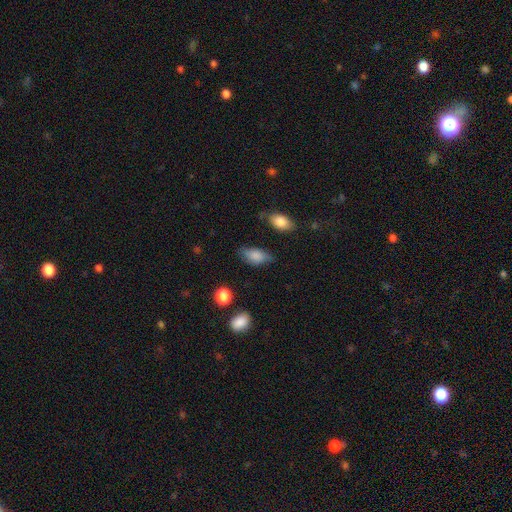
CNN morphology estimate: Smooth or featured: smooth — 81% (featured or disk — 11%)
How rounded: in between — 91% (round — 5%)
Merging: none — 65% (minor disturbance — 26%)